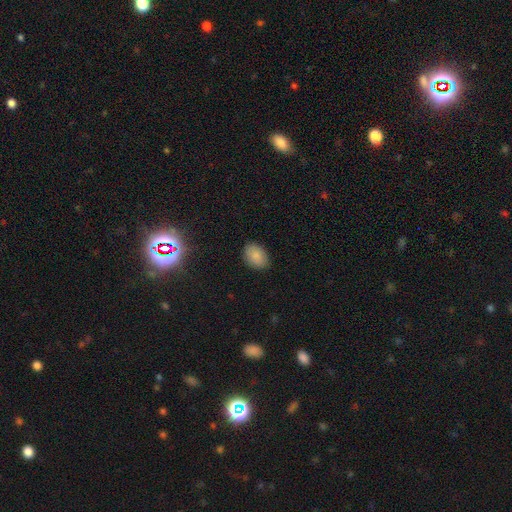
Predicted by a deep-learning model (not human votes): Q: Smooth or featured?
A: smooth (86%); runner-up: star or artifact (8%)
Q: How rounded?
A: in between (78%); runner-up: round (21%)
Q: Merging?
A: none (87%); runner-up: minor disturbance (10%)